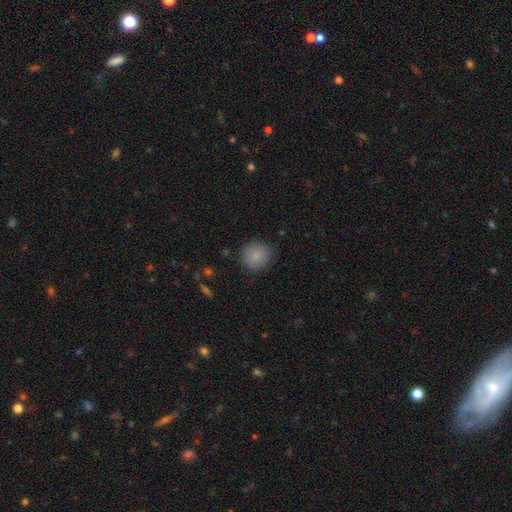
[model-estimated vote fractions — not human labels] smooth 86%, star or artifact 9%, featured or disk 5%. Down the decision tree: how rounded — round (88%); merging — none (85%).